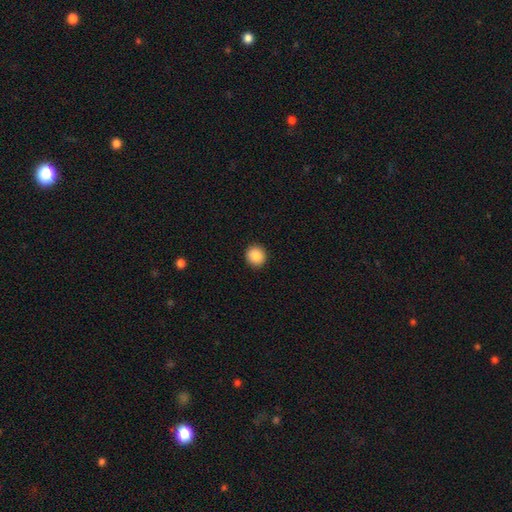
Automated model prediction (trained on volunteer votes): Morphology: type=smooth (88%); roundness=round (90%); merging=none (92%).